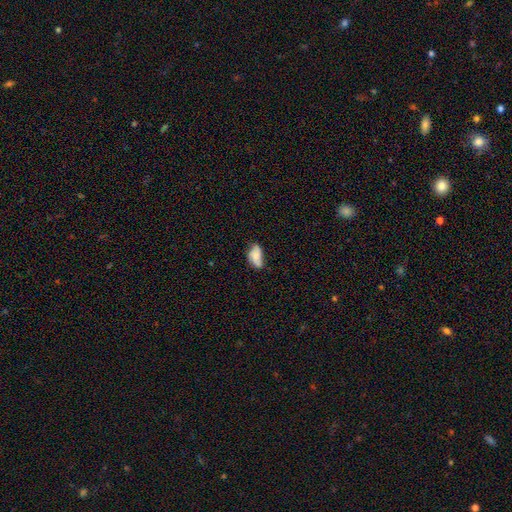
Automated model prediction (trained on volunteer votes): The model was most divided on "merging": none: 52%, minor disturbance: 34%, major disturbance: 11%, merger: 3%. More confident: how rounded — in between (91%); smooth or featured — smooth (67%).